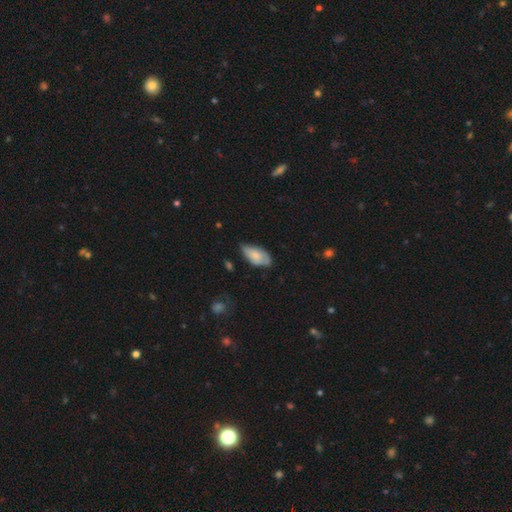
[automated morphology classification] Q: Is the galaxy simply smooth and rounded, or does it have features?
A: smooth — 70%.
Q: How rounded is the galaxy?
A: in between — 92%.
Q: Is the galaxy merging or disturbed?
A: none — 50%.